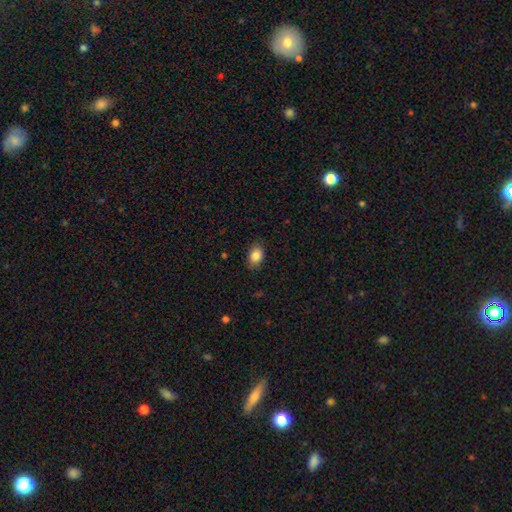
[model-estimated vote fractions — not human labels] Smooth or featured? smooth (86%)
How rounded? in between (75%)
Merging? none (82%)